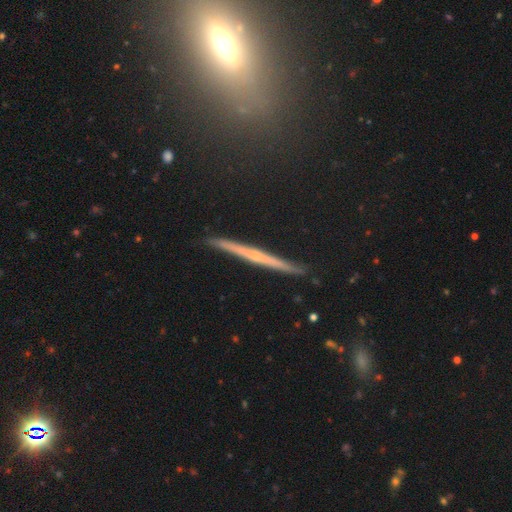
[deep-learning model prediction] Smooth or featured? featured or disk (66%)
Edge-on disk? yes (98%)
Edge-on bulge? none (66%)
Merging? none (90%)